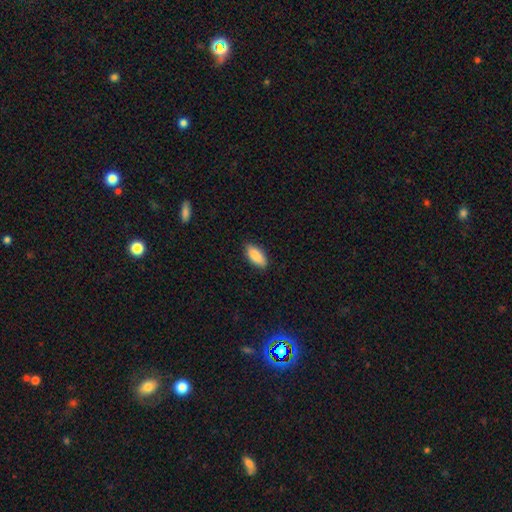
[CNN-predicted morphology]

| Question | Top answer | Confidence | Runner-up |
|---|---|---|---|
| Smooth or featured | smooth | 89% | star or artifact (6%) |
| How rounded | in between | 86% | cigar-shaped (12%) |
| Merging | none | 87% | minor disturbance (10%) |